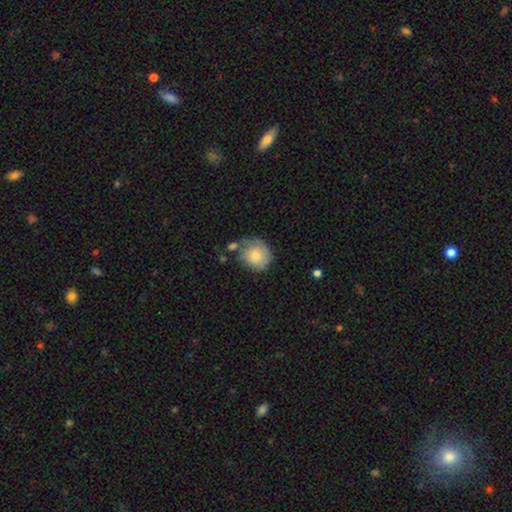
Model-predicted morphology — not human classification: Smooth or featured: smooth — 77% (featured or disk — 17%)
How rounded: round — 79% (in between — 20%)
Merging: none — 48% (minor disturbance — 28%)